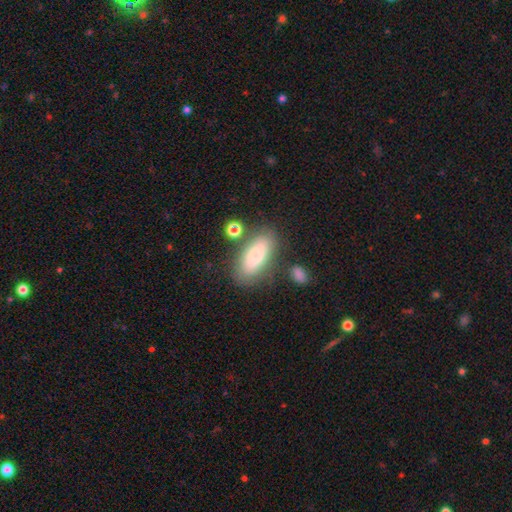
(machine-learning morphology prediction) This is likely a smooth galaxy (78%). How rounded: clearly in between (80%). Merging: likely none (71%).